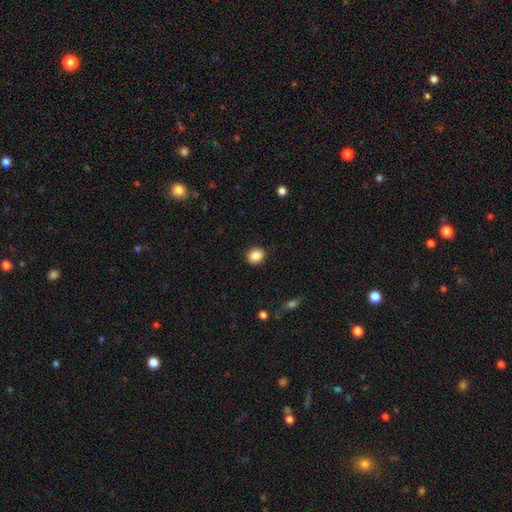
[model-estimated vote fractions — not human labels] The model was most divided on "how rounded": round: 63%, in between: 36%, cigar-shaped: 1%. More confident: merging — none (89%); smooth or featured — smooth (88%).